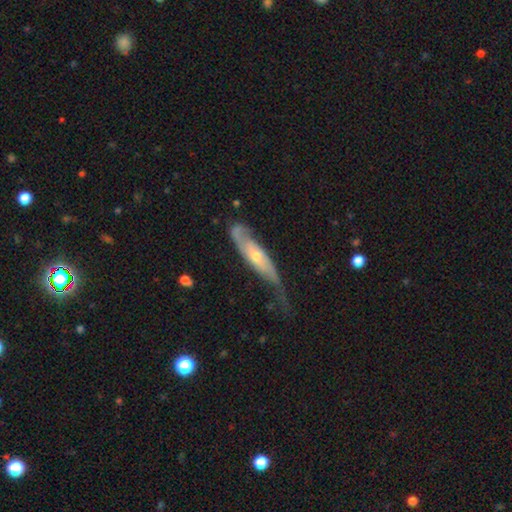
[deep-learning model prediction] A featured or disk galaxy (64%). Merging: none (39%).